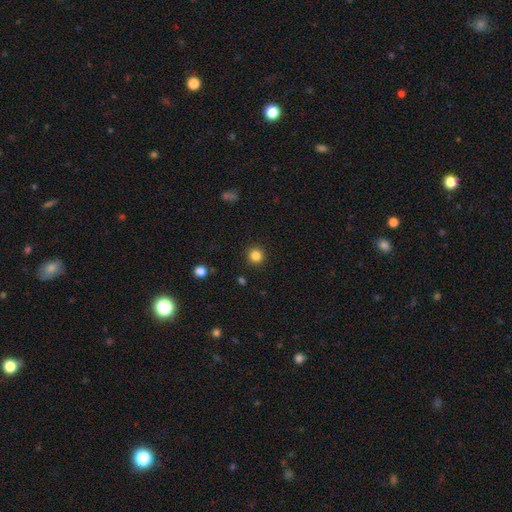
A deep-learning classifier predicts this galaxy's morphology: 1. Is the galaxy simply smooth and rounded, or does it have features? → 84% smooth, 12% star or artifact, 4% featured or disk.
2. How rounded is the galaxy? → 94% round, 5% in between, 1% cigar-shaped.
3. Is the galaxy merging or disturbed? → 91% none, 6% minor disturbance, 2% major disturbance, 1% merger.